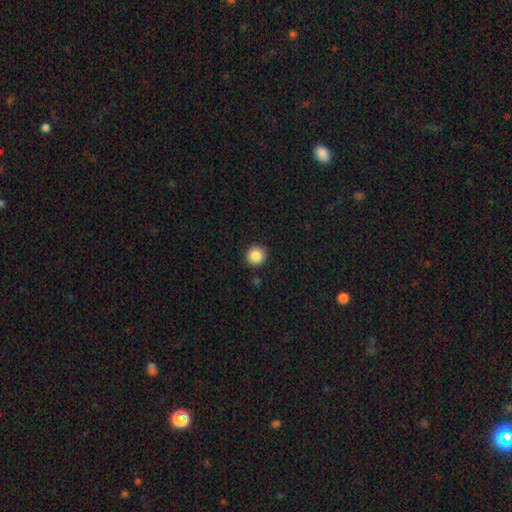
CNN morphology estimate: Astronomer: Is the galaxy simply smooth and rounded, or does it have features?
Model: smooth — 87%.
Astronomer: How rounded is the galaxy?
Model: round — 93%.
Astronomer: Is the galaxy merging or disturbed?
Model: none — 90%.